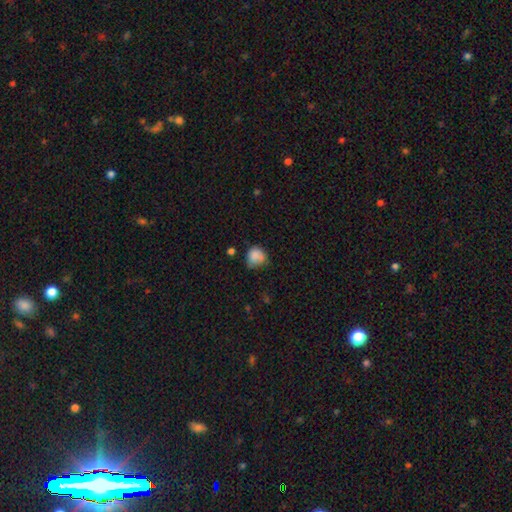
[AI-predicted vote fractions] A smooth galaxy with no disk features (83%) that is round (79%). Merging: none (52%).